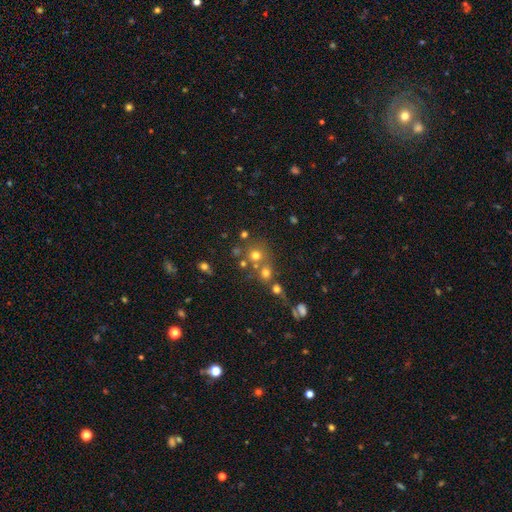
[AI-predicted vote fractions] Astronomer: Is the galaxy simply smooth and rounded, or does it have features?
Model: smooth — 63%.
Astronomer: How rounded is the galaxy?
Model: round — 87%.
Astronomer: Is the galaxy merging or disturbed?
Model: none — 54% (runner-up: merger, 34%).